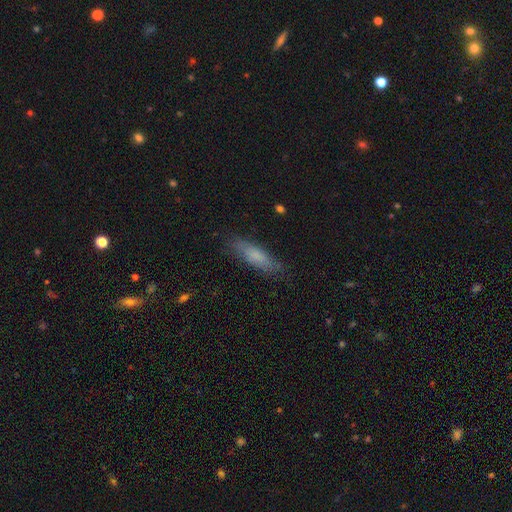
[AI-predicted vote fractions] Smooth or featured?
  - smooth: 73% *
  - featured or disk: 20%
  - star or artifact: 7%
How rounded?
  - cigar-shaped: 59% *
  - in between: 39%
  - round: 2%
Merging?
  - none: 79% *
  - minor disturbance: 16%
  - major disturbance: 4%
  - merger: 1%